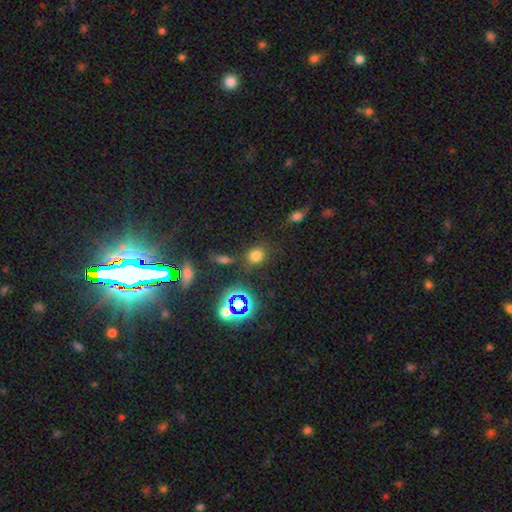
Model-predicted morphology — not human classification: This appears to be a smooth galaxy with no disk features (68%) that is round (71%). Merging: none (75%).